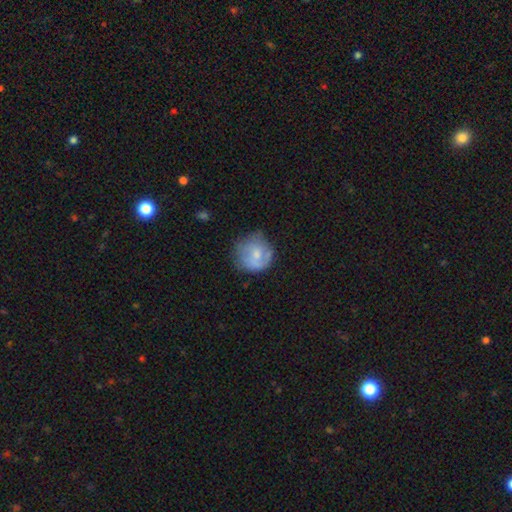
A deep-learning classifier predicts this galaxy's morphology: The model was most divided on "smooth or featured": smooth: 56%, featured or disk: 37%, star or artifact: 7%. More confident: how rounded — round (86%); merging — none (55%).